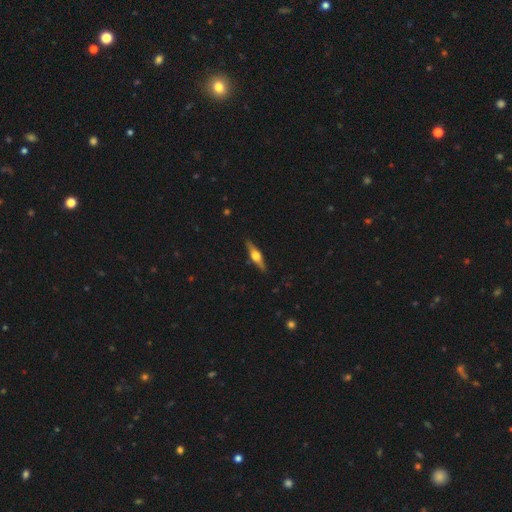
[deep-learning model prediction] The model was most divided on "smooth or featured": featured or disk: 68%, smooth: 26%, star or artifact: 5%. More confident: edge-on disk — yes (96%); edge-on bulge — rounded (95%); merging — none (89%).